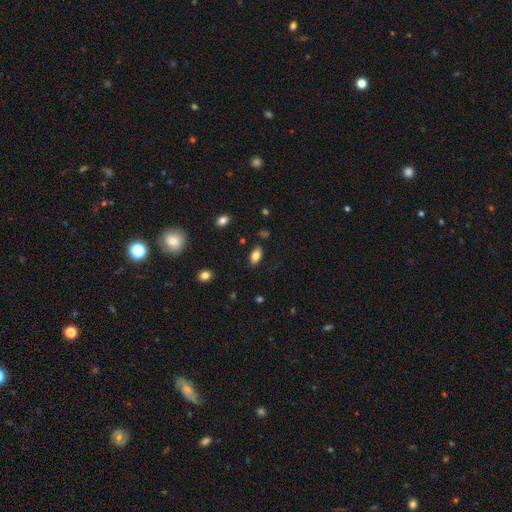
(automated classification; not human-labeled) Q: Smooth or featured?
A: smooth (81%); runner-up: featured or disk (11%)
Q: How rounded?
A: in between (91%); runner-up: round (5%)
Q: Merging?
A: none (84%); runner-up: minor disturbance (11%)